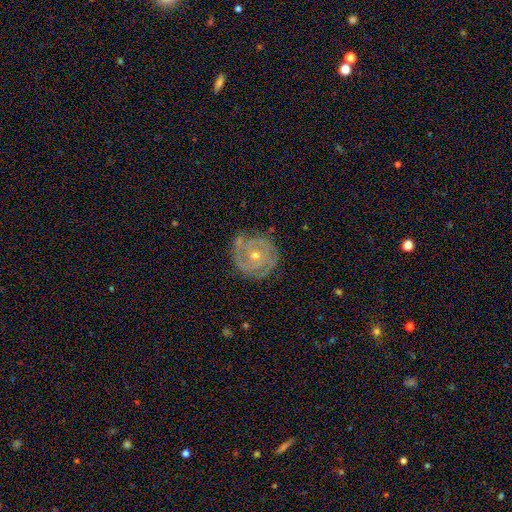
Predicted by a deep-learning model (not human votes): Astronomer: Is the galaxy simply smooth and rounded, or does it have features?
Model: featured or disk — 86%.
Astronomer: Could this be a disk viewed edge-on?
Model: no — 98%.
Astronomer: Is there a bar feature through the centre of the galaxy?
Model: no — 76%.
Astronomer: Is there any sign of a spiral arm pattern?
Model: yes — 95%.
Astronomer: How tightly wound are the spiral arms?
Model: tight — 76%.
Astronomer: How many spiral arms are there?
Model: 2 — 50%.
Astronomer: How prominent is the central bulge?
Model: small — 56% (runner-up: moderate, 41%).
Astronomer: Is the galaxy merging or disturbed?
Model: none — 78%.